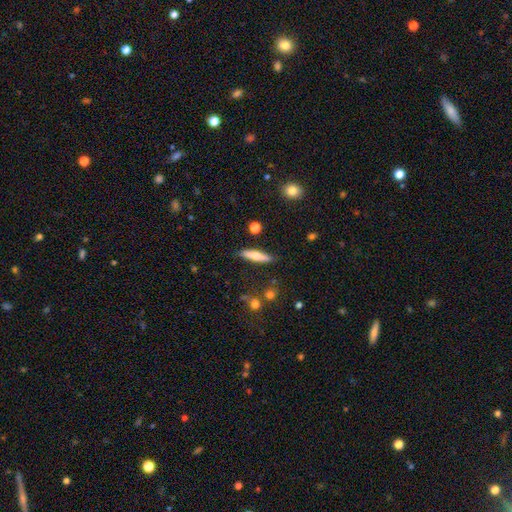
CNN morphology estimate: Smooth or featured?
  - smooth: 62% *
  - featured or disk: 31%
  - star or artifact: 7%
How rounded?
  - cigar-shaped: 81% *
  - in between: 17%
  - round: 2%
Merging?
  - none: 85% *
  - minor disturbance: 10%
  - merger: 2%
  - major disturbance: 2%